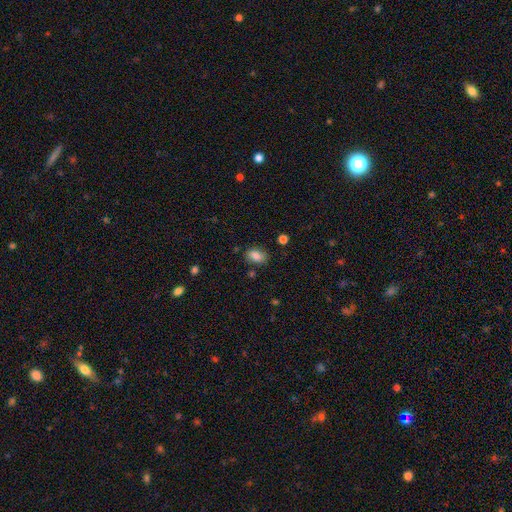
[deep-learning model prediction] Smooth or featured?
  - smooth: 84% *
  - star or artifact: 9%
  - featured or disk: 7%
How rounded?
  - in between: 85% *
  - round: 13%
  - cigar-shaped: 2%
Merging?
  - none: 79% *
  - minor disturbance: 15%
  - major disturbance: 4%
  - merger: 3%